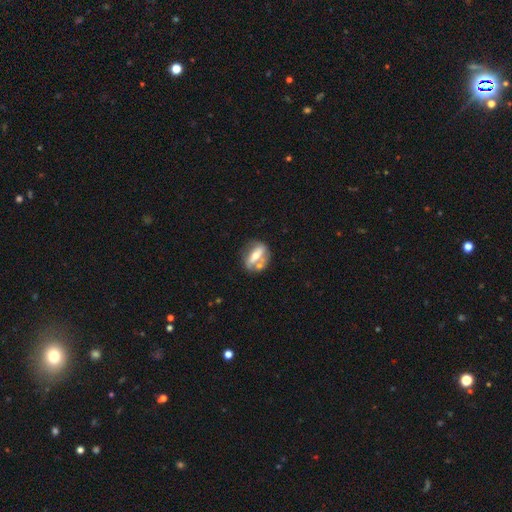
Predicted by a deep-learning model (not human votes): Smooth or featured? featured or disk (60%)
Edge-on disk? no (72%)
Merging? none (55%)